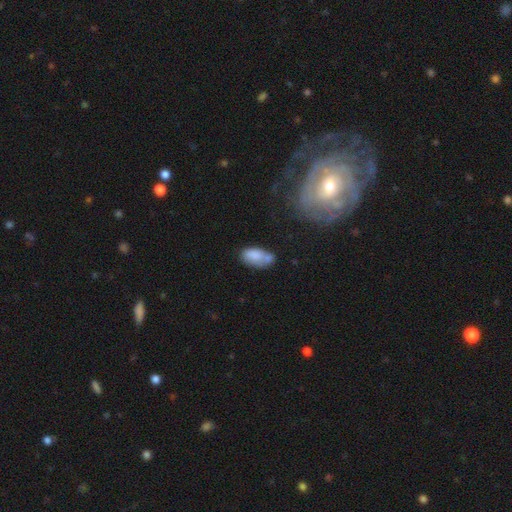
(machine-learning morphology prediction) Overall: smooth (77%). How rounded: in between (92%). Merging: none (42%; merger 25%).